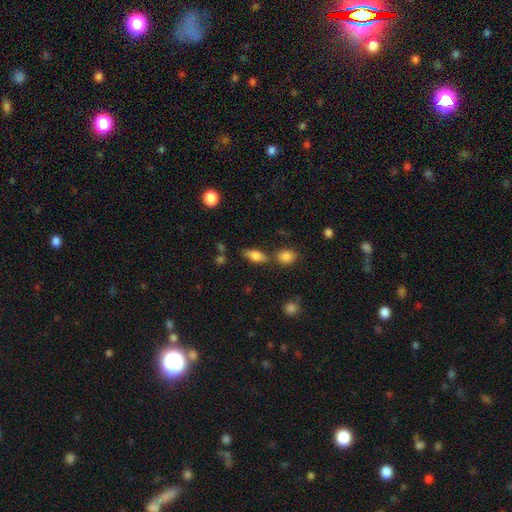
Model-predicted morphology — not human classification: Smooth or featured? Predicted: smooth (p=0.72). How rounded? Predicted: in between (p=0.75). Merging? Predicted: none (p=0.66).